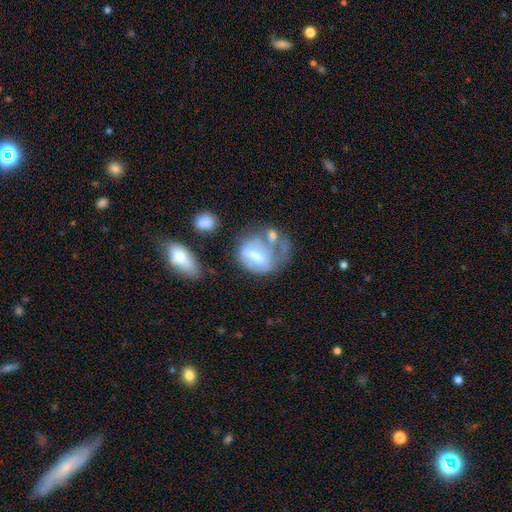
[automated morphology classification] type=featured or disk (54%); edge-on=no (95%); bar=weak (41%); spiral arms=no (57%); bulge=moderate (52%); merging=major disturbance (33%).